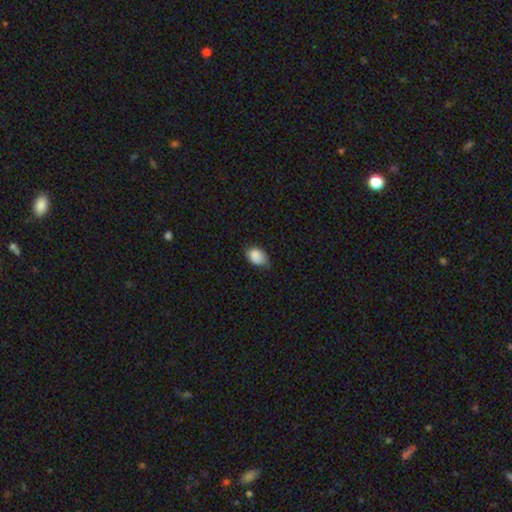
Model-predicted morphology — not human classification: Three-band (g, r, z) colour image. It shows a smooth galaxy with no disk features (85%) that is in between round and cigar-shaped (80%). Merging: none (52%).